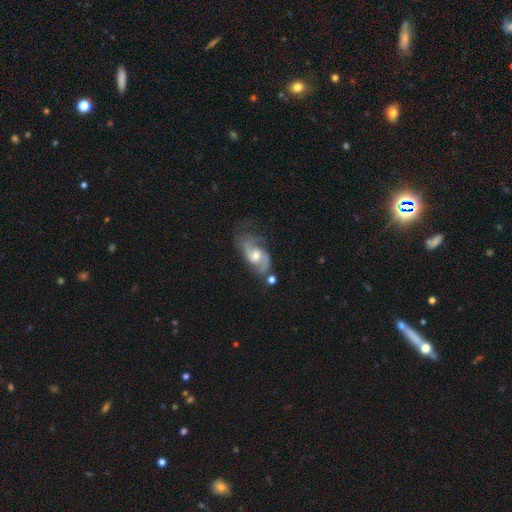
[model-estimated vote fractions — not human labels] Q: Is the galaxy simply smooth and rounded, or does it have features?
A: featured or disk — 85%.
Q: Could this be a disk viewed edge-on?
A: no — 97%.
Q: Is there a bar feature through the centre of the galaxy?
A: no — 49%.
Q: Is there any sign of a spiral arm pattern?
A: yes — 95%.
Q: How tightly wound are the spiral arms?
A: medium — 52%.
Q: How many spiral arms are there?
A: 2 — 87%.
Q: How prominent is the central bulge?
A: moderate — 68%.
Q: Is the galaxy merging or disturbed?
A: none — 56%.